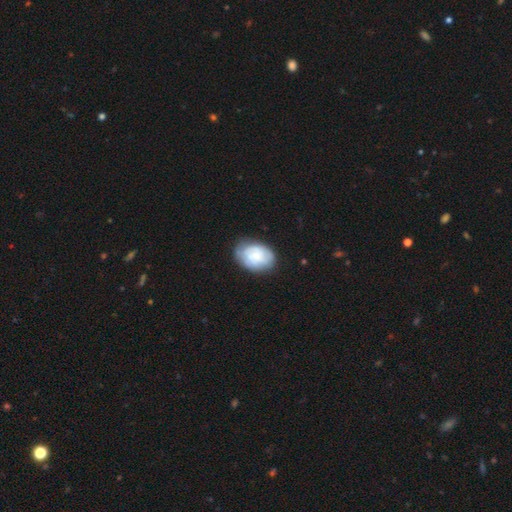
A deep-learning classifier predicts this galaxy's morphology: This is possibly a smooth galaxy (57%). How rounded: likely in between (76%). Merging: likely none (72%).